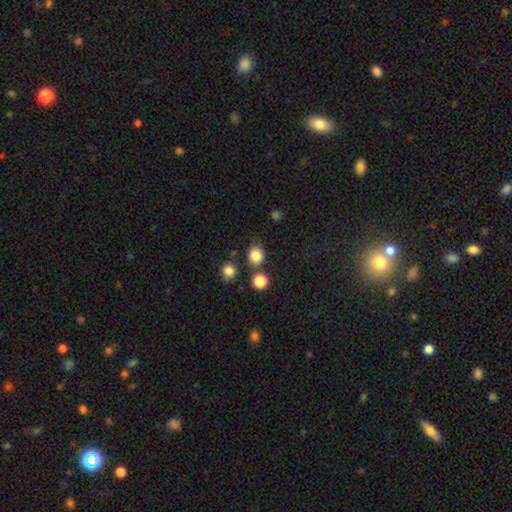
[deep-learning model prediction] Q: Smooth or featured?
A: smooth (84%); runner-up: star or artifact (12%)
Q: How rounded?
A: round (74%); runner-up: in between (25%)
Q: Merging?
A: none (71%); runner-up: minor disturbance (15%)